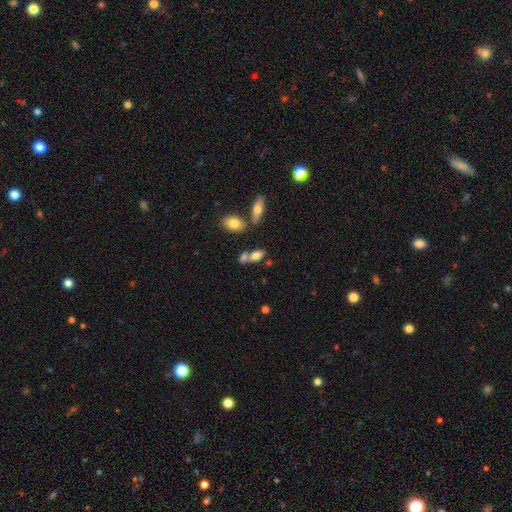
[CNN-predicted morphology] Smooth or featured?
  - smooth: 67% *
  - featured or disk: 24%
  - star or artifact: 9%
How rounded?
  - in between: 78% *
  - cigar-shaped: 16%
  - round: 5%
Merging?
  - none: 49% *
  - merger: 33%
  - minor disturbance: 13%
  - major disturbance: 5%